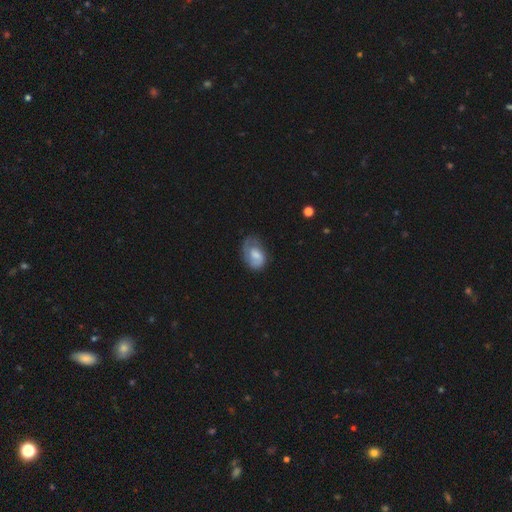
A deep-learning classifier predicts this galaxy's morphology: A smooth galaxy with no disk features (49%).

Vote fractions:
- Smooth or featured? smooth: 49% / featured or disk: 44% / star or artifact: 7%
- Merging? none: 46% / minor disturbance: 31% / major disturbance: 21% / merger: 2%